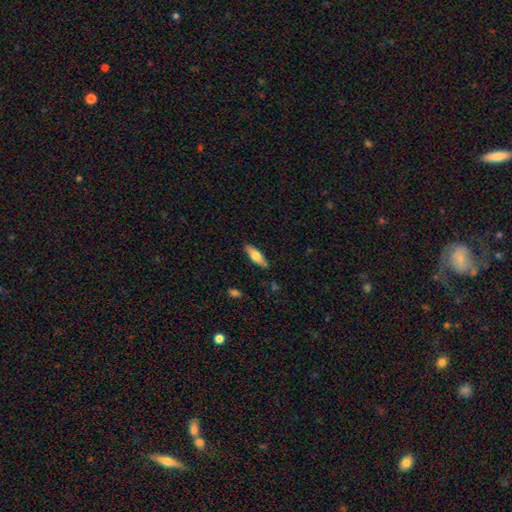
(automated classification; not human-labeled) The model was most divided on "how rounded": in between: 51%, cigar-shaped: 47%, round: 2%. More confident: merging — none (86%); smooth or featured — smooth (62%).